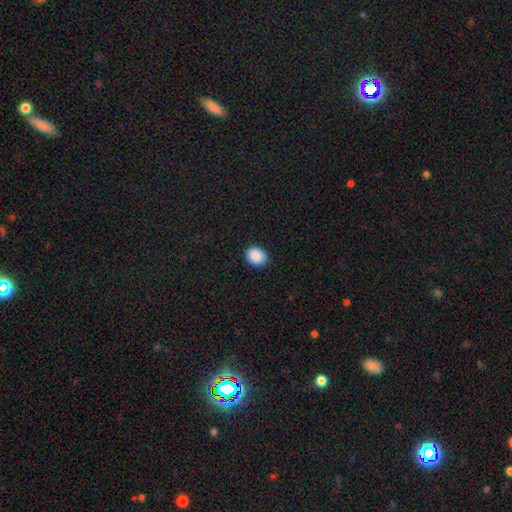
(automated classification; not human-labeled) The model was most divided on "how rounded": in between: 55%, round: 44%, cigar-shaped: 1%. More confident: smooth or featured — smooth (89%); merging — none (84%).